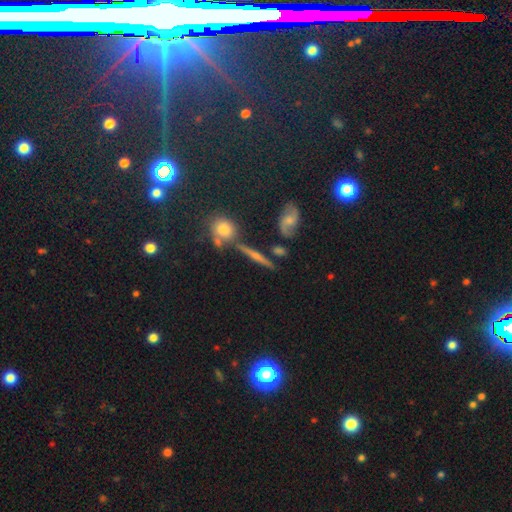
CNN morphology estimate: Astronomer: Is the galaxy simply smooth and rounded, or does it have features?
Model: featured or disk — 55%.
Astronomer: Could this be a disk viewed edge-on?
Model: yes — 87%.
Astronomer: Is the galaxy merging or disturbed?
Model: none — 76%.